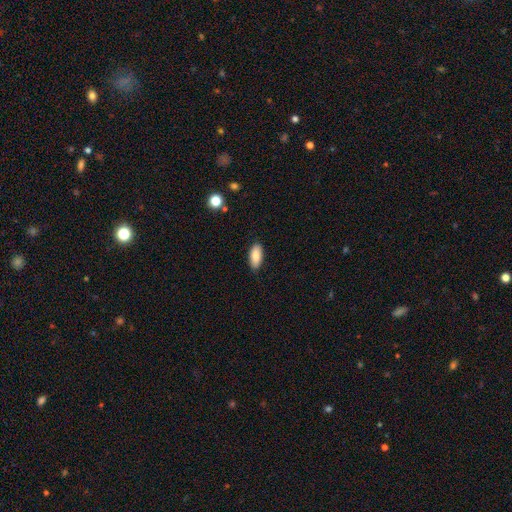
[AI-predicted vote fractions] Smooth or featured: smooth — 86% (featured or disk — 8%)
How rounded: in between — 87% (cigar-shaped — 11%)
Merging: none — 86% (minor disturbance — 11%)